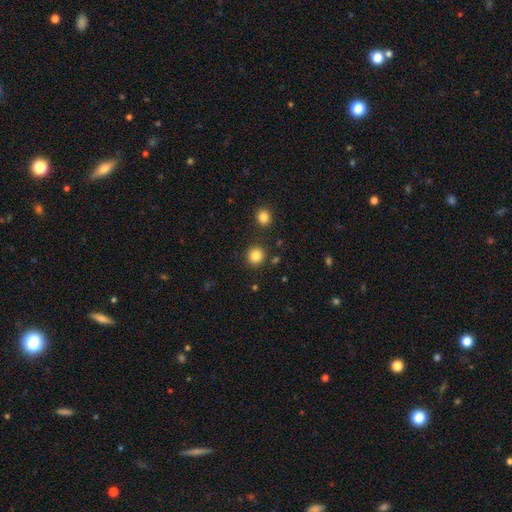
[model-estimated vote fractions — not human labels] smooth 85%, star or artifact 10%, featured or disk 5%. Down the decision tree: how rounded — round (90%); merging — none (88%).